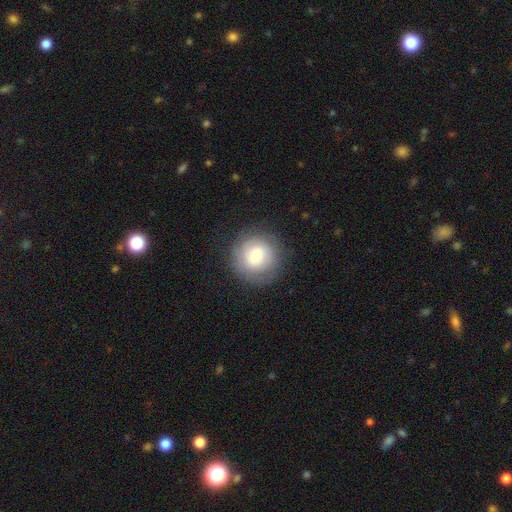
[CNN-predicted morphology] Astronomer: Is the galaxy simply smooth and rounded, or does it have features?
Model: smooth — 65%.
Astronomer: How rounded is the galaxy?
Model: round — 93%.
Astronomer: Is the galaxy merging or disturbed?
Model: none — 81%.